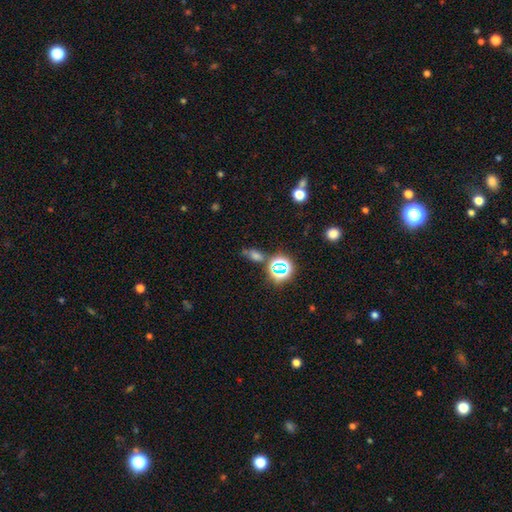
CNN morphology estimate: type=star or artifact (45%).